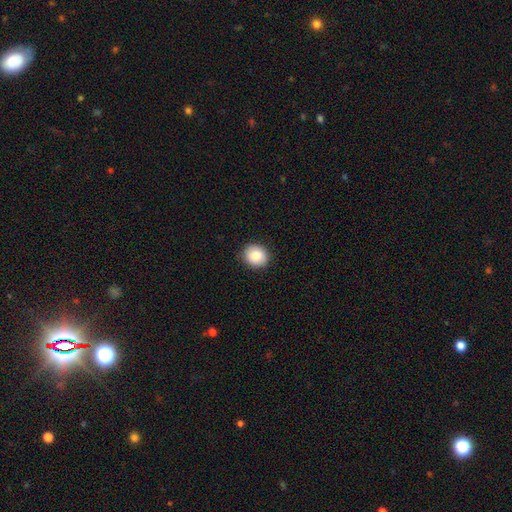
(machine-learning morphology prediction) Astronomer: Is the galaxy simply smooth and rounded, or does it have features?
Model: smooth — 86%.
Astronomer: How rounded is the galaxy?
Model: round — 77%.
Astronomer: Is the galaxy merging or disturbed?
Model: none — 89%.